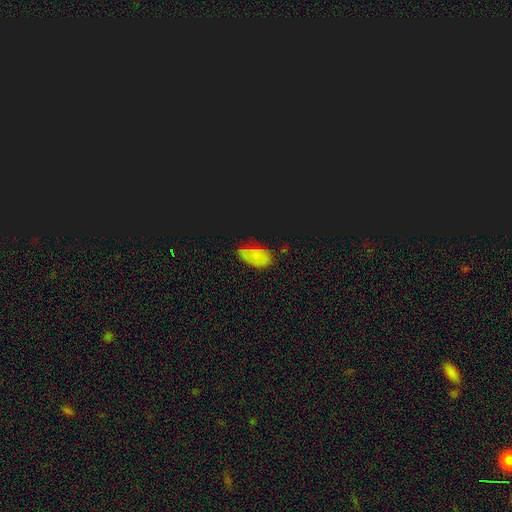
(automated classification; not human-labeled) A smooth galaxy with no disk features (54%) that is in between round and cigar-shaped (90%).

Vote fractions:
- Smooth or featured? smooth: 54% / star or artifact: 35% / featured or disk: 10%
- How rounded? in between: 90% / round: 6% / cigar-shaped: 4%
- Merging? none: 60% / minor disturbance: 28% / major disturbance: 8% / merger: 4%